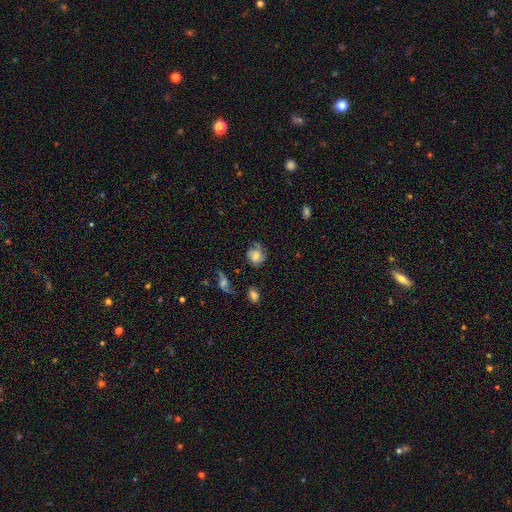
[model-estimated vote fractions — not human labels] A featured or disk galaxy (51%). Merging: none (58%).